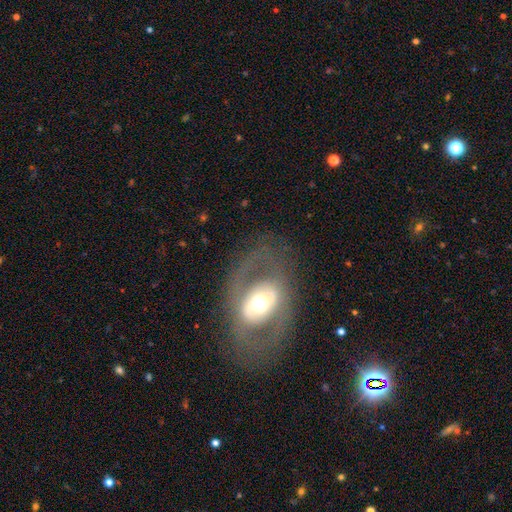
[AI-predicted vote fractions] smooth_or_featured: featured or disk (p=0.69) [alt: smooth p=0.23]
disk_edge_on: no (p=0.92) [alt: yes p=0.08]
bar: no (p=0.47) [alt: weak p=0.30]
has_spiral_arms: no (p=0.57) [alt: yes p=0.43]
bulge_size: moderate (p=0.58) [alt: large p=0.22]
merging: none (p=0.76) [alt: minor disturbance p=0.12]